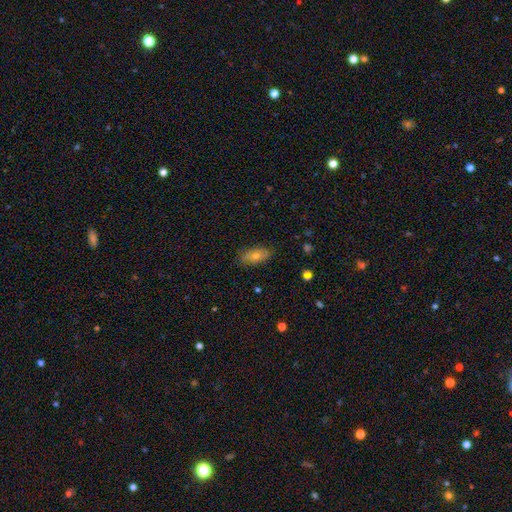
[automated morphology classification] smooth_or_featured: smooth (p=0.57) [alt: featured or disk p=0.32]
how_rounded: in between (p=0.79) [alt: cigar-shaped p=0.15]
merging: none (p=0.83) [alt: minor disturbance p=0.13]